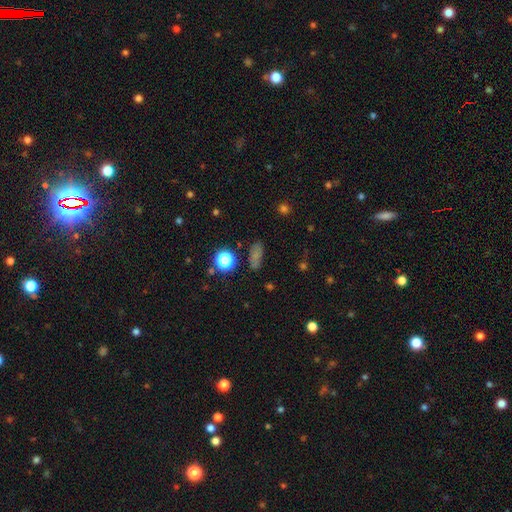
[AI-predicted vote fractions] Smooth or featured? smooth (58%)
How rounded? in between (69%)
Merging? none (77%)